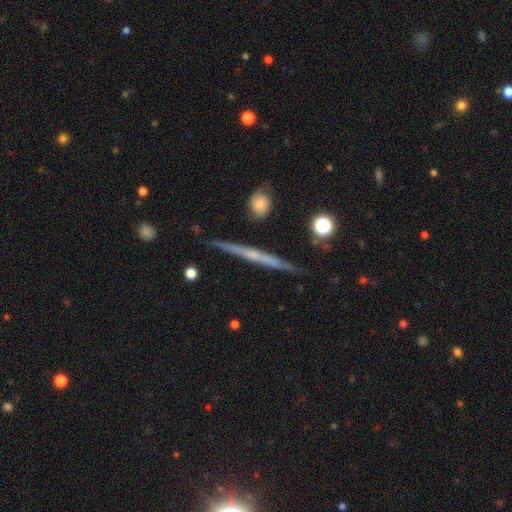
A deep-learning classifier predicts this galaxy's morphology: featured or disk 67%, smooth 26%, star or artifact 7%. Down the decision tree: edge-on disk — yes (97%); edge-on bulge — none (60%); merging — none (87%).